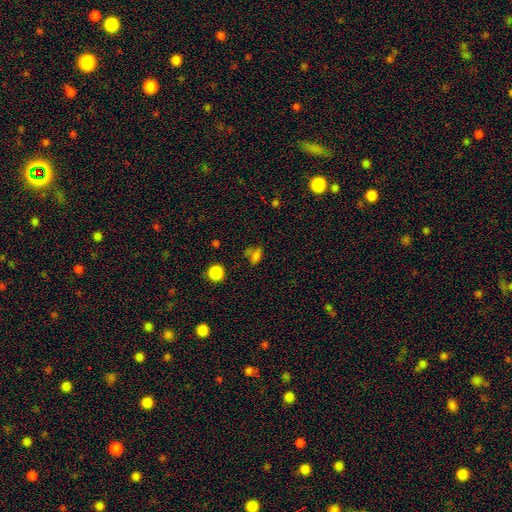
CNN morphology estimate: The model was most divided on "merging": none: 57%, minor disturbance: 21%, merger: 12%, major disturbance: 11%. More confident: smooth or featured — smooth (72%); how rounded — in between (71%).